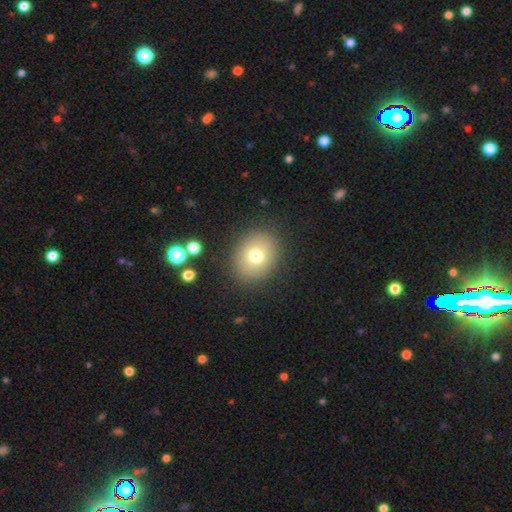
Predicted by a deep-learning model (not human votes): Smooth or featured: smooth — 74% (featured or disk — 14%)
How rounded: round — 58% (in between — 41%)
Merging: none — 86% (minor disturbance — 9%)